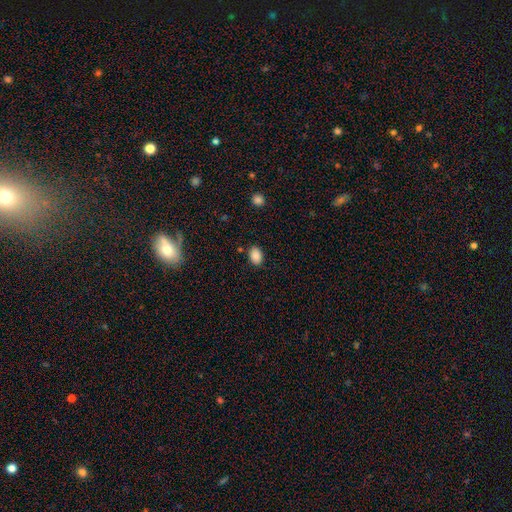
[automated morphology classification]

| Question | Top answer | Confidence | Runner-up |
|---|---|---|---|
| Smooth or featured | smooth | 87% | star or artifact (9%) |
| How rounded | in between | 77% | round (22%) |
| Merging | none | 84% | minor disturbance (11%) |